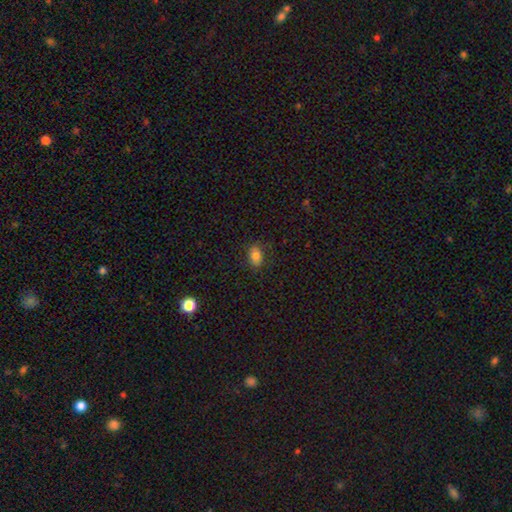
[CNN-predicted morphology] smooth 80%, star or artifact 10%, featured or disk 9%. Down the decision tree: how rounded — in between (84%); merging — none (82%).